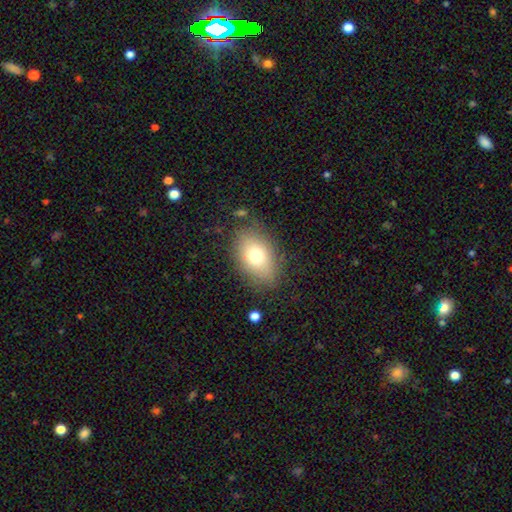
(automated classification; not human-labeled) Morphology: type=smooth (74%); roundness=in between (81%); merging=none (80%).